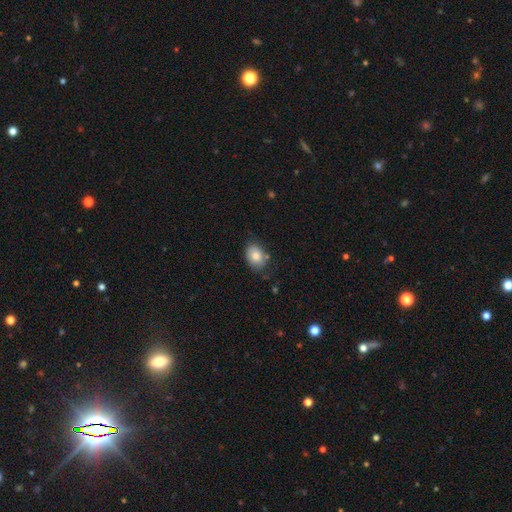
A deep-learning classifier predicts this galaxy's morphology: This appears to be a smooth galaxy with no disk features (81%) that is in between round and cigar-shaped (72%). Merging: none (76%).